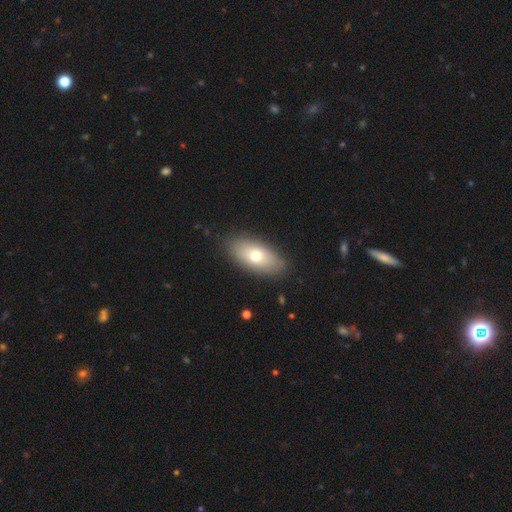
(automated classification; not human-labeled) Smooth or featured: smooth — 71% (featured or disk — 22%)
How rounded: in between — 89% (cigar-shaped — 7%)
Merging: none — 87% (minor disturbance — 10%)